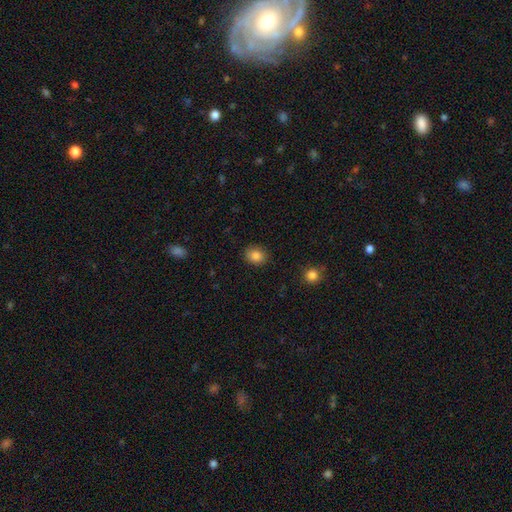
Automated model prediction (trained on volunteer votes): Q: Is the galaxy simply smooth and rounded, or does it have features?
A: smooth — 85%.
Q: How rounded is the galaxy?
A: round — 57%.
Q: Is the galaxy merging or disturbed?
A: none — 87%.